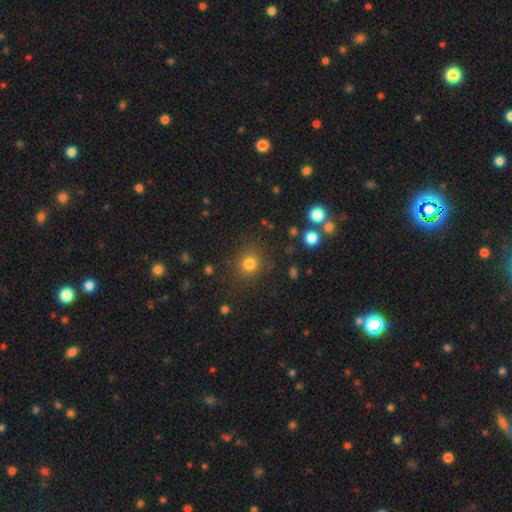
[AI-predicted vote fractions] A smooth galaxy with no disk features (57%) that is round (90%). Merging: none (88%).